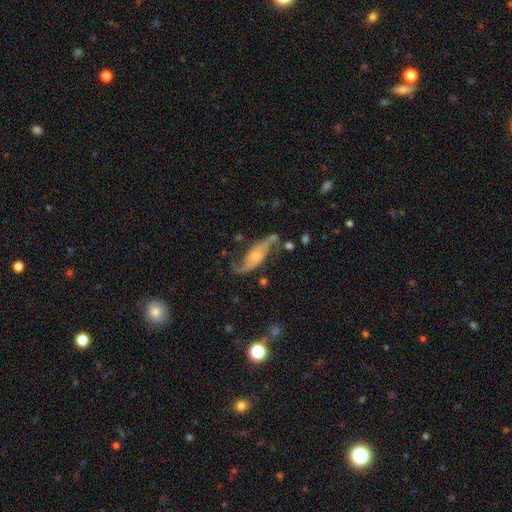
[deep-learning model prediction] featured or disk 86%, smooth 8%, star or artifact 6%. Down the decision tree: edge-on disk — no (91%); bar — no (57%); spiral arms — yes (96%); spiral arm count — 2 (92%); spiral winding — loose (63%); bulge size — small (55%); merging — none (67%).